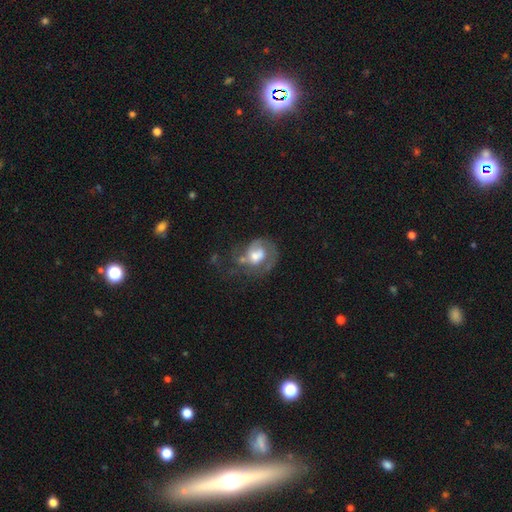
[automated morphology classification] Q: Smooth or featured?
A: featured or disk (67%); runner-up: smooth (25%)
Q: Edge-on disk?
A: no (98%); runner-up: yes (2%)
Q: Bar?
A: no (64%); runner-up: weak (30%)
Q: Spiral arms?
A: yes (76%); runner-up: no (24%)
Q: Spiral winding?
A: tight (39%); tied with: medium (39%)
Q: Spiral arm count?
A: 1 (48%); runner-up: 2 (26%)
Q: Bulge size?
A: moderate (53%); runner-up: large (24%)
Q: Merging?
A: major disturbance (36%); runner-up: none (32%)